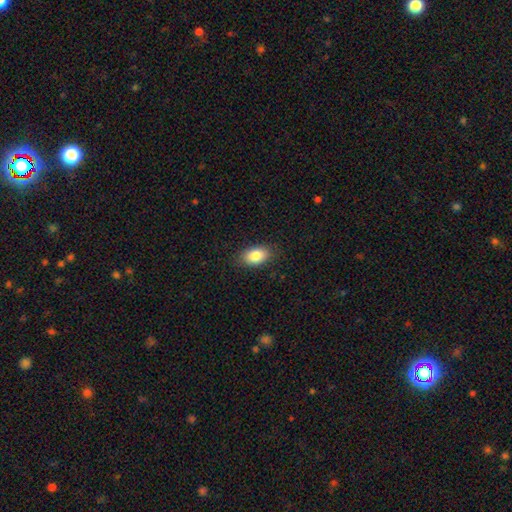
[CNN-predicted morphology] Q: Smooth or featured?
A: smooth (84%); runner-up: featured or disk (8%)
Q: How rounded?
A: in between (90%); runner-up: round (8%)
Q: Merging?
A: none (87%); runner-up: minor disturbance (10%)